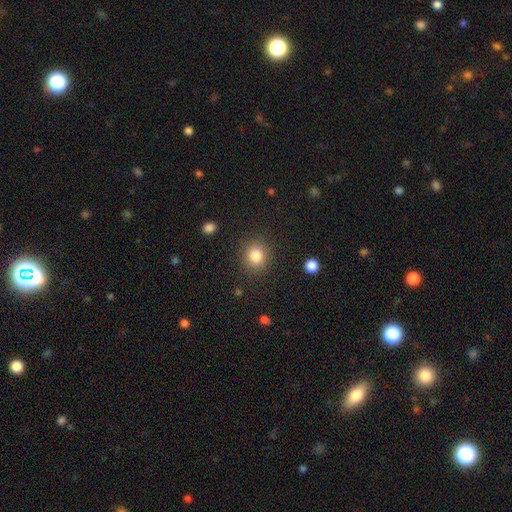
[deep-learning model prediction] smooth-or-featured: smooth: 83% | star or artifact: 11% | featured or disk: 6%
  how-rounded: round: 84% | in between: 15% | cigar-shaped: 1%
  merging: none: 88% | minor disturbance: 8% | major disturbance: 3% | merger: 2%